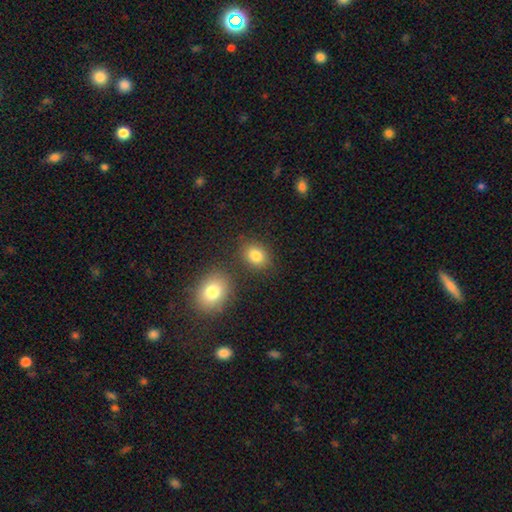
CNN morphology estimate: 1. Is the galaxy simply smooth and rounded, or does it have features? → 83% smooth, 11% star or artifact, 7% featured or disk.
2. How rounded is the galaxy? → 53% in between, 46% round, 1% cigar-shaped.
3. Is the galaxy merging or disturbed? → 76% none, 11% minor disturbance, 9% merger, 3% major disturbance.